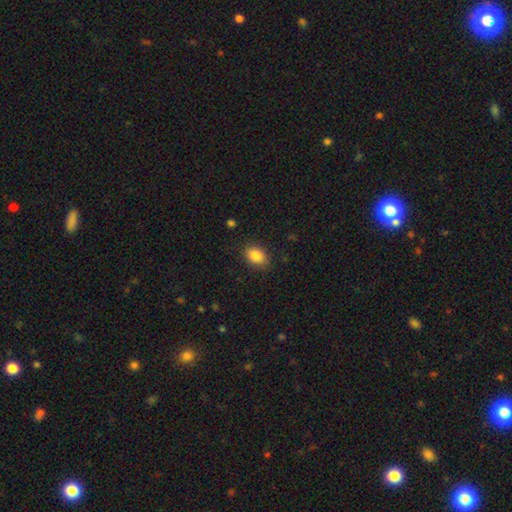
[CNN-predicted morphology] smooth_or_featured: smooth (p=0.87) [alt: star or artifact p=0.08]
how_rounded: in between (p=0.80) [alt: round p=0.19]
merging: none (p=0.85) [alt: minor disturbance p=0.11]